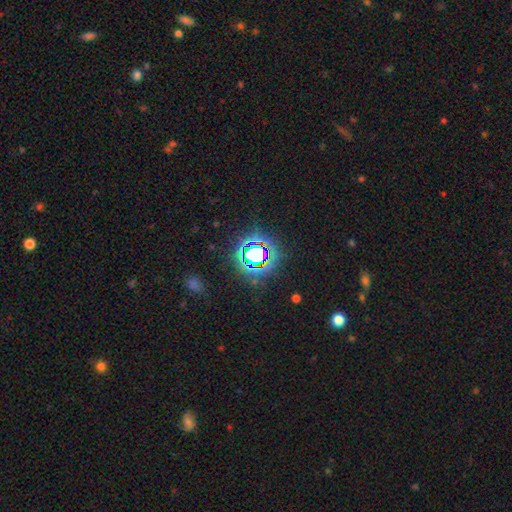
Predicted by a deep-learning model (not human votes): Morphology: type=star or artifact (69%).